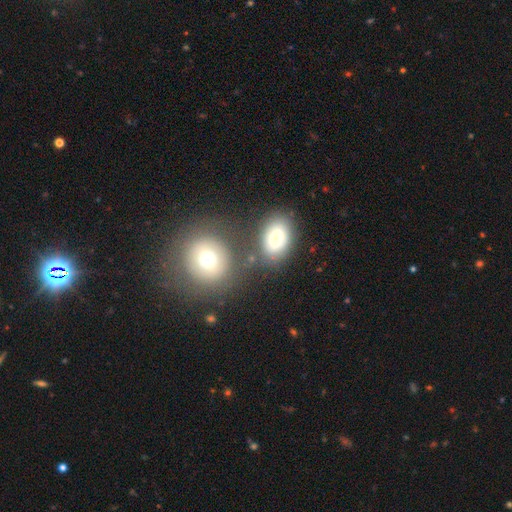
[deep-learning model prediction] Overall: smooth (62%). How rounded: round (54%; in between 44%). Merging: none (49%; merger 38%).